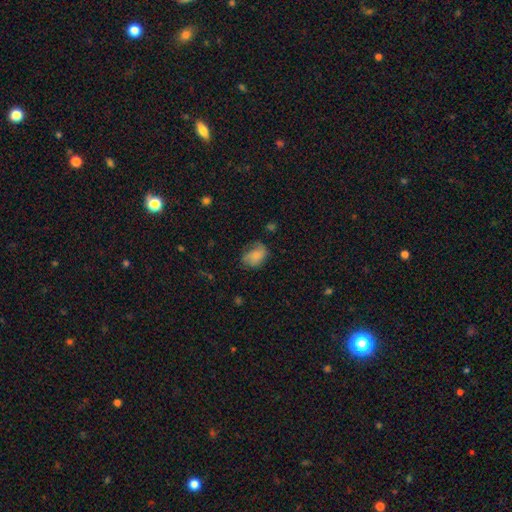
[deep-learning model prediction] Smooth or featured?
  - smooth: 74% *
  - featured or disk: 16%
  - star or artifact: 9%
How rounded?
  - in between: 76% *
  - round: 22%
  - cigar-shaped: 1%
Merging?
  - none: 51% *
  - minor disturbance: 33%
  - major disturbance: 15%
  - merger: 2%